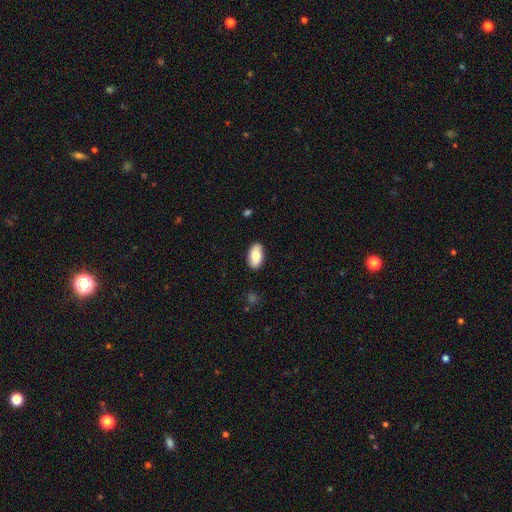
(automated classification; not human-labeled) Morphology: type=smooth (78%); roundness=in between (94%); merging=none (86%).